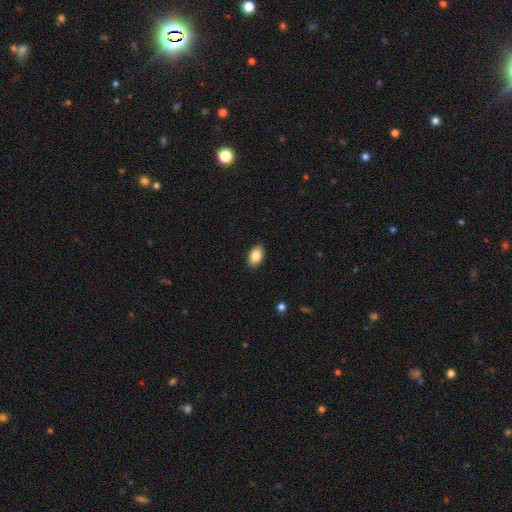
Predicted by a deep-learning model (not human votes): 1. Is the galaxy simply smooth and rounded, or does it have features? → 86% smooth, 7% star or artifact, 6% featured or disk.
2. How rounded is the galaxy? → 91% in between, 7% round, 1% cigar-shaped.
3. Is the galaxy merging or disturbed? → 90% none, 8% minor disturbance, 2% major disturbance, 1% merger.